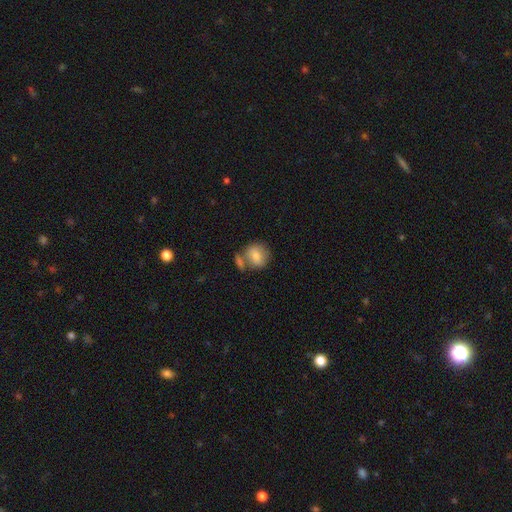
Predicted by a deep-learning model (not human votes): A smooth galaxy with no disk features (79%) that is round (76%).

Vote fractions:
- Smooth or featured? smooth: 79% / featured or disk: 13% / star or artifact: 7%
- How rounded? round: 76% / in between: 23% / cigar-shaped: 1%
- Merging? none: 50% / merger: 31% / minor disturbance: 14% / major disturbance: 5%